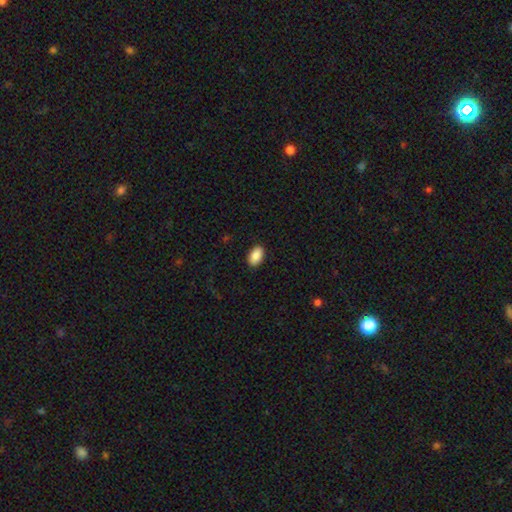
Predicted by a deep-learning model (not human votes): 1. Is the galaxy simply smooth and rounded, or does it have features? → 89% smooth, 7% star or artifact, 4% featured or disk.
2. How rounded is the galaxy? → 94% in between, 5% round, 2% cigar-shaped.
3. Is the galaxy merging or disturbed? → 90% none, 7% minor disturbance, 2% major disturbance, 1% merger.